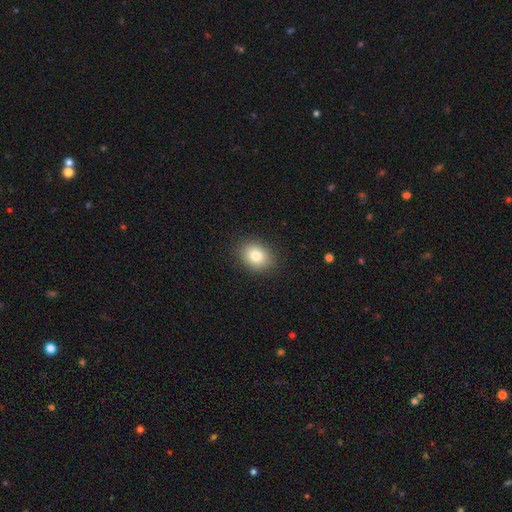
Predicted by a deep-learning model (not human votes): Smooth or featured? Predicted: smooth (p=0.82). How rounded? Predicted: in between (p=0.56). Merging? Predicted: none (p=0.88).